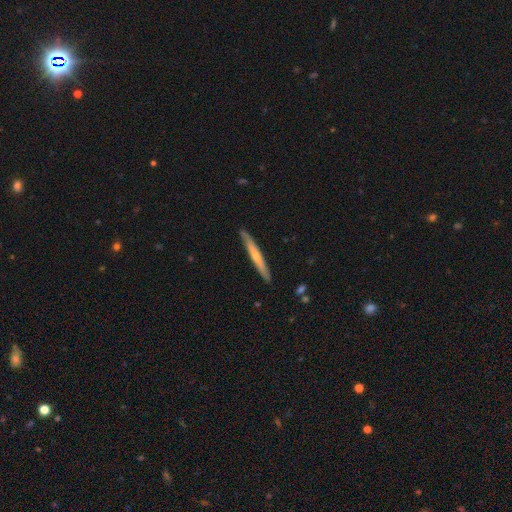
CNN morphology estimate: Smooth or featured? Predicted: featured or disk (p=0.67). Edge-on disk? Predicted: yes (p=0.97). Edge-on bulge? Predicted: rounded (p=0.73). Merging? Predicted: none (p=0.89).